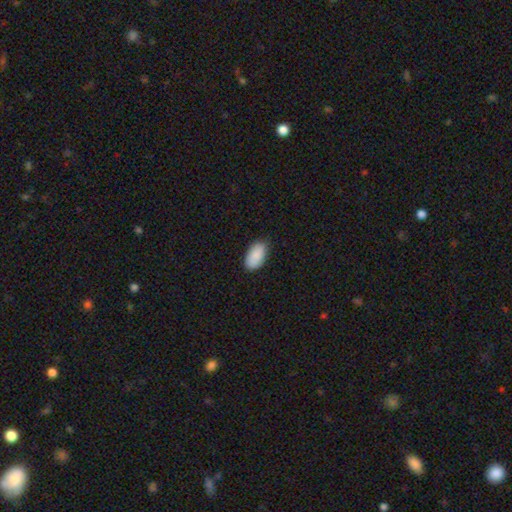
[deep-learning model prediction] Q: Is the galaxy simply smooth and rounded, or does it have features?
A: smooth — 89%.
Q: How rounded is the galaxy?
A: in between — 95%.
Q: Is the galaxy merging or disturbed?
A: none — 82%.